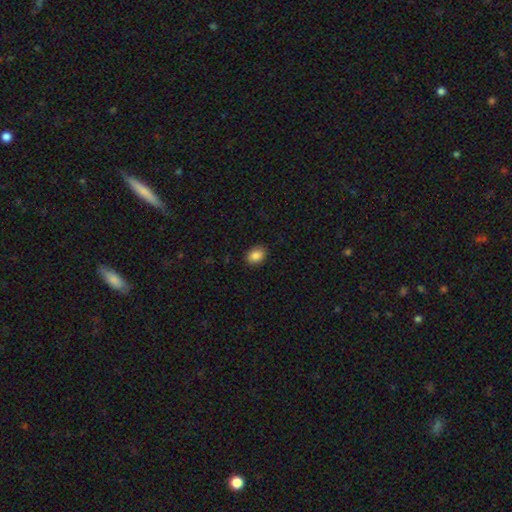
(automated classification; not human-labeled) Q: Smooth or featured?
A: smooth (87%); runner-up: star or artifact (8%)
Q: How rounded?
A: in between (72%); runner-up: round (27%)
Q: Merging?
A: none (89%); runner-up: minor disturbance (8%)